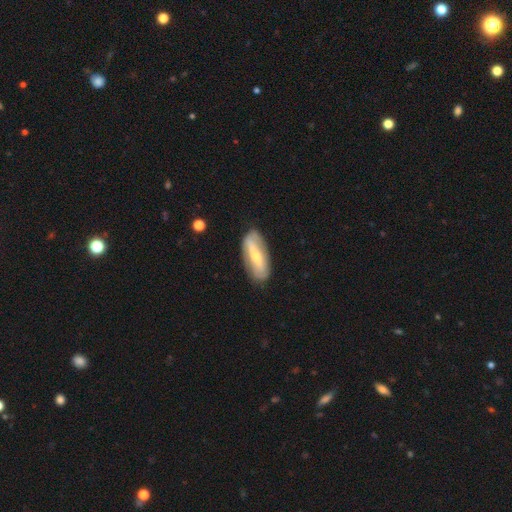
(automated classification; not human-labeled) This is possibly a featured or disk galaxy (57%). It is likely not viewed edge-on (78%). Merging: likely none (80%).